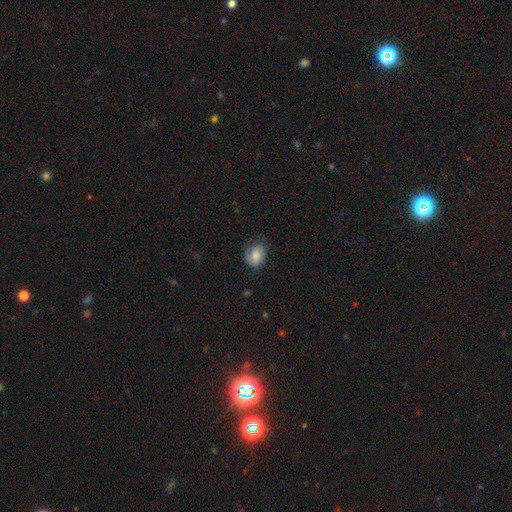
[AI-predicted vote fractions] Q: Smooth or featured?
A: smooth (68%); runner-up: featured or disk (24%)
Q: How rounded?
A: in between (61%); runner-up: round (38%)
Q: Merging?
A: none (60%); runner-up: minor disturbance (28%)